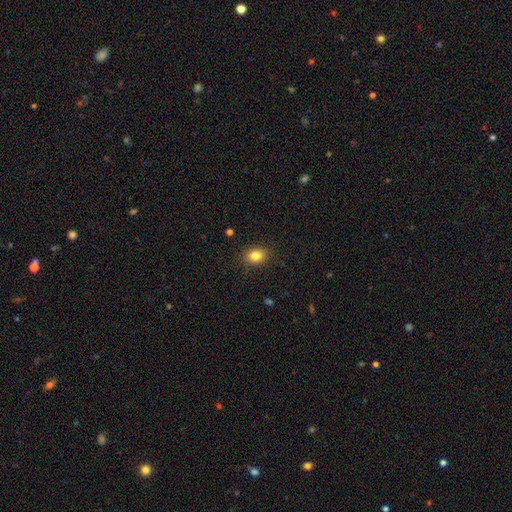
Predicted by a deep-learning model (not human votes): A smooth galaxy with no disk features (82%) that is in between round and cigar-shaped (57%). Merging: none (87%).